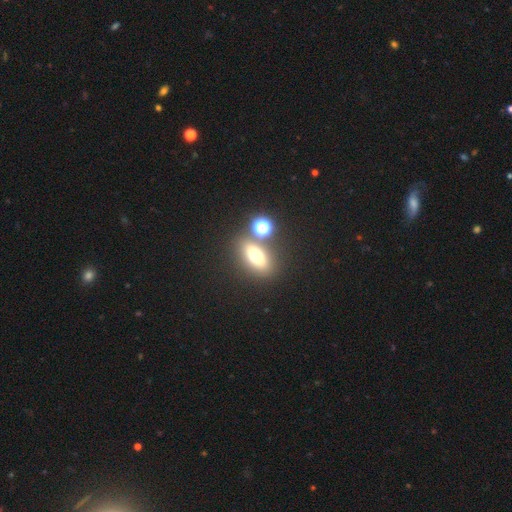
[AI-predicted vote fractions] smooth 66%, featured or disk 18%, star or artifact 16%. Down the decision tree: how rounded — in between (72%); merging — none (72%).